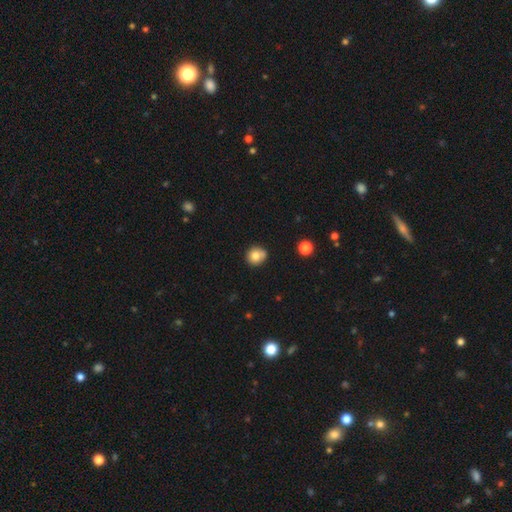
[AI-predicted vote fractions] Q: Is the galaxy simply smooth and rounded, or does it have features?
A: smooth — 79%.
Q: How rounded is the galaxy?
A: round — 85%.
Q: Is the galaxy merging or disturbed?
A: none — 65%.